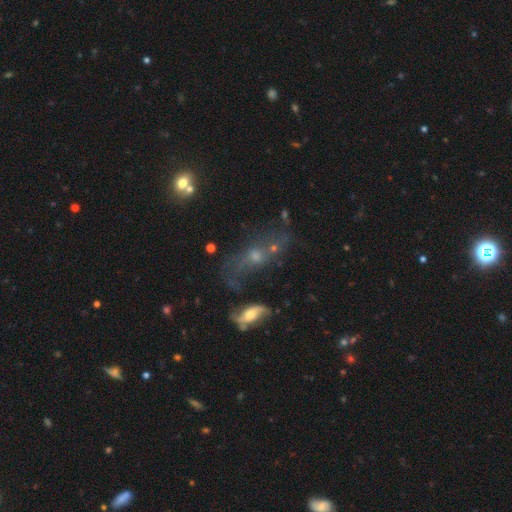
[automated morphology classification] This is marginally a featured or disk galaxy (44%). Merging: marginally none (40%).